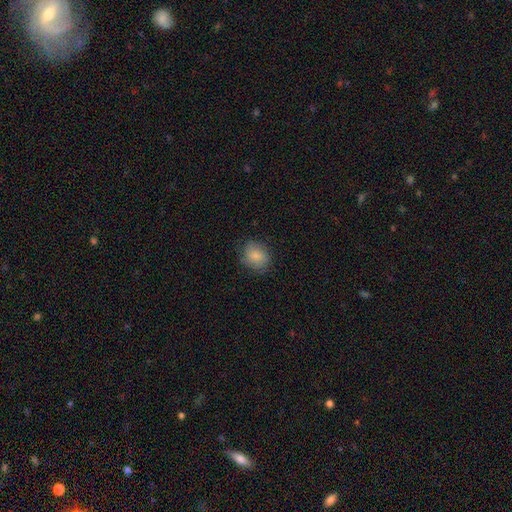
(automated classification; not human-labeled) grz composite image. It shows a smooth galaxy with no disk features (81%) that is round (62%). Merging: none (76%).